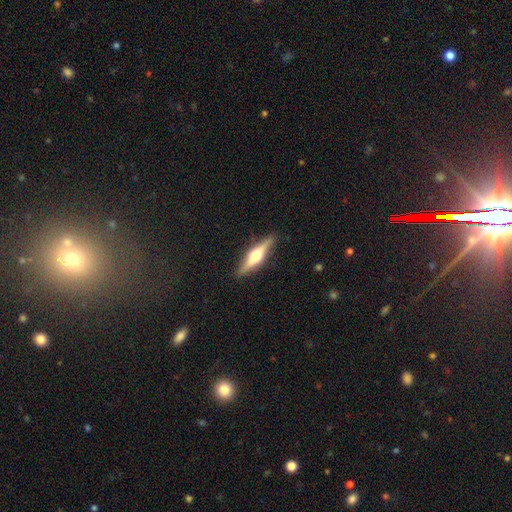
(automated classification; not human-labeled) This is likely a featured or disk galaxy (70%). It is clearly viewed edge-on (97%). Edge-on bulge: clearly rounded (91%). Merging: clearly none (90%).